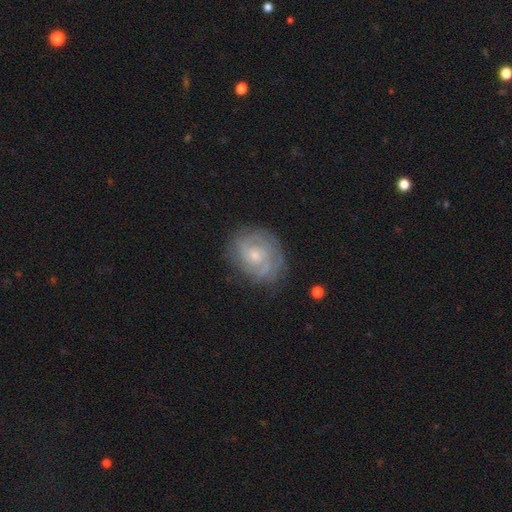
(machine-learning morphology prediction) smooth-or-featured: featured or disk: 84% | smooth: 10% | star or artifact: 6%
  disk-edge-on: no: 98% | yes: 2%
    bar: no: 68% | weak: 27% | strong: 4%
    has-spiral-arms: yes: 96% | no: 4%
      spiral-winding: tight: 70% | medium: 25% | loose: 5%
      spiral-arm-count: 2: 47% | can't tell: 22% | 3: 18% | 4: 5% | 1: 4% | more than 4: 4%
    bulge-size: small: 64% | moderate: 30% | none: 3% | large: 2% | dominant: 1%
  merging: none: 79% | minor disturbance: 15% | major disturbance: 5% | merger: 1%